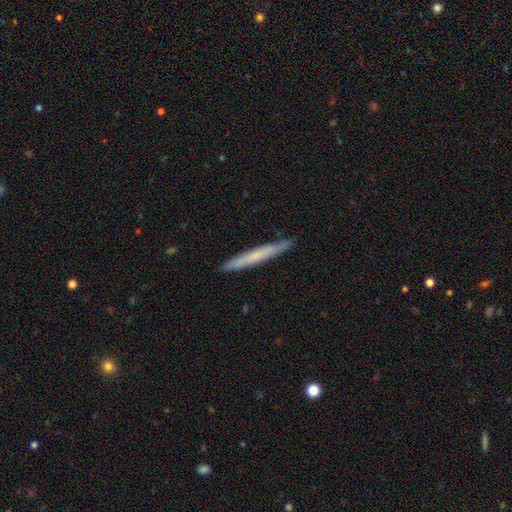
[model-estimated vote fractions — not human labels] This is possibly a smooth galaxy (55%). How rounded: clearly cigar-shaped (97%). Merging: clearly none (90%).